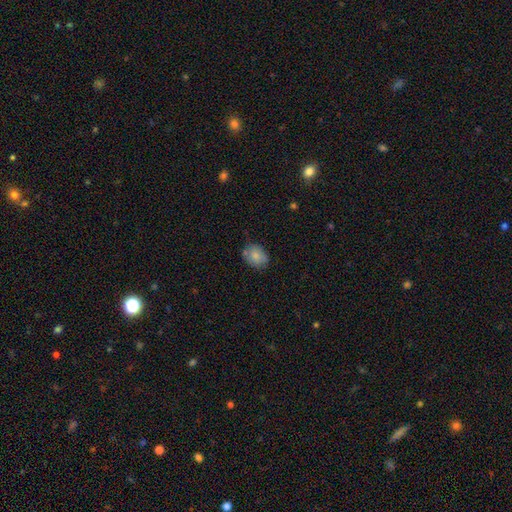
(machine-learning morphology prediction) smooth 80%, featured or disk 13%, star or artifact 8%. Down the decision tree: how rounded — in between (59%); merging — none (72%).